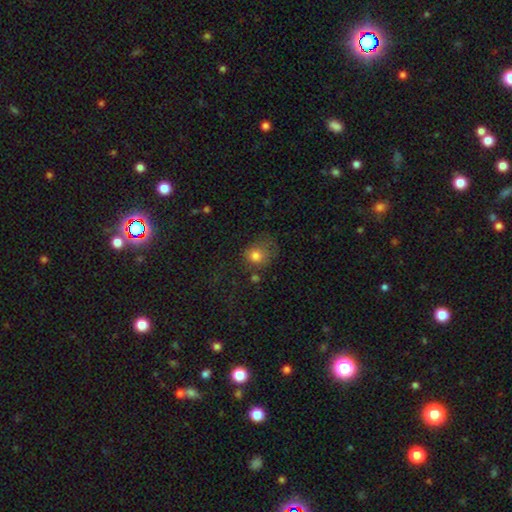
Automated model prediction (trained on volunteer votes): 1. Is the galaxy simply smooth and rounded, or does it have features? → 78% smooth, 12% star or artifact, 10% featured or disk.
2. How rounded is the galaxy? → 69% round, 30% in between, 1% cigar-shaped.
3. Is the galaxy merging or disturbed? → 49% none, 26% minor disturbance, 20% major disturbance, 6% merger.